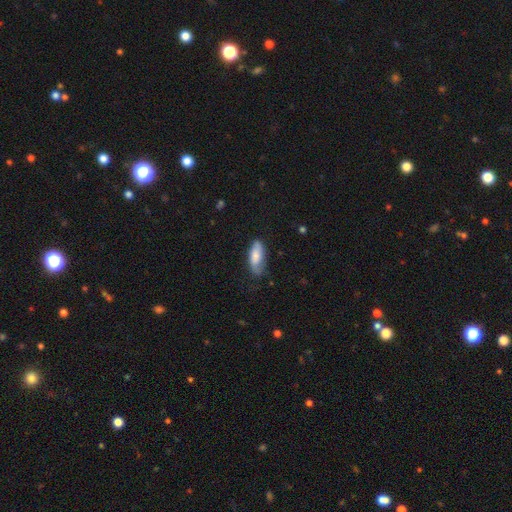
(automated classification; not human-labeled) Smooth or featured: smooth — 66% (featured or disk — 27%)
How rounded: in between — 76% (cigar-shaped — 22%)
Merging: none — 60% (minor disturbance — 29%)